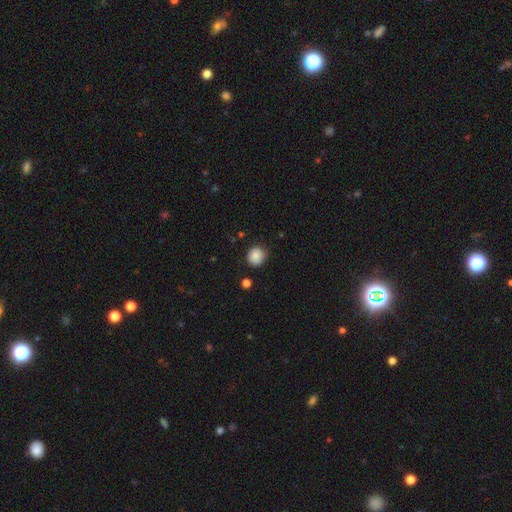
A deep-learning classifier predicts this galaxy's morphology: Smooth or featured: smooth — 87% (star or artifact — 9%)
How rounded: round — 88% (in between — 11%)
Merging: none — 83% (minor disturbance — 12%)